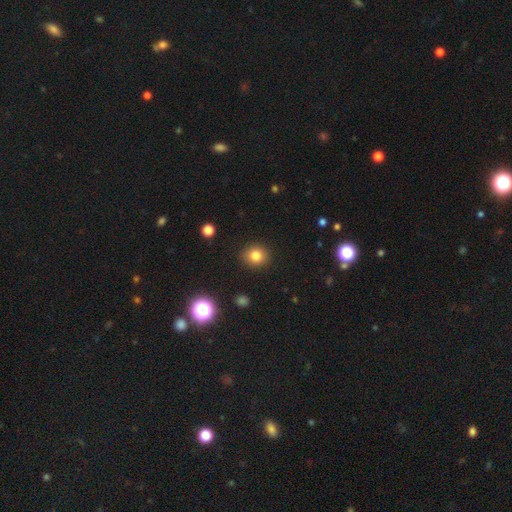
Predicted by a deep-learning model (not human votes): Smooth or featured?
  - smooth: 81% *
  - star or artifact: 12%
  - featured or disk: 7%
How rounded?
  - round: 79% *
  - in between: 20%
  - cigar-shaped: 1%
Merging?
  - none: 90% *
  - minor disturbance: 7%
  - major disturbance: 2%
  - merger: 1%